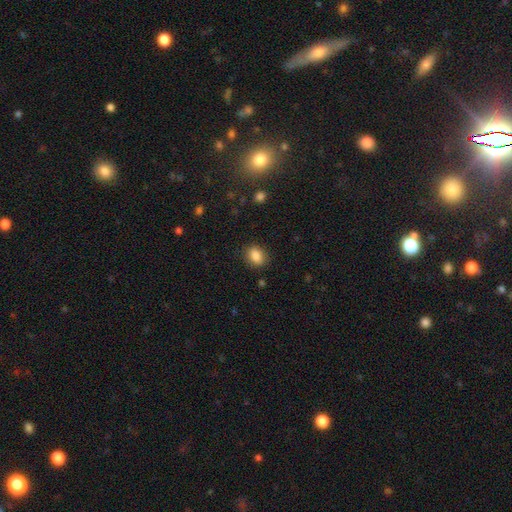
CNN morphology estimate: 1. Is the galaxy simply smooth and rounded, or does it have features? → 87% smooth, 9% star or artifact, 4% featured or disk.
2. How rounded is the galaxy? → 67% in between, 32% round, 1% cigar-shaped.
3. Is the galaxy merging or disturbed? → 86% none, 10% minor disturbance, 3% major disturbance, 1% merger.